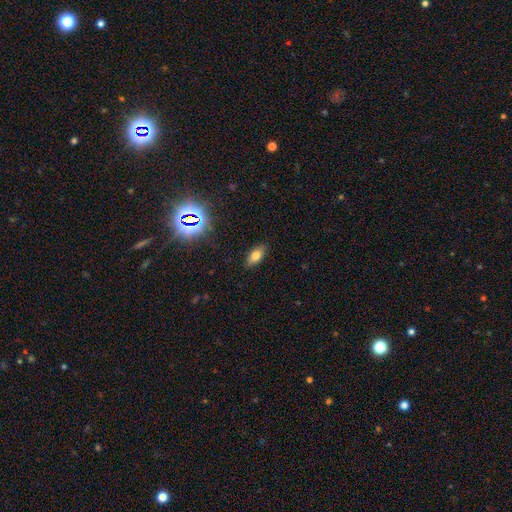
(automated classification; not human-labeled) smooth-or-featured: smooth: 73% | featured or disk: 14% | star or artifact: 13%
  how-rounded: in between: 84% | cigar-shaped: 11% | round: 5%
  merging: none: 87% | minor disturbance: 9% | major disturbance: 2% | merger: 1%